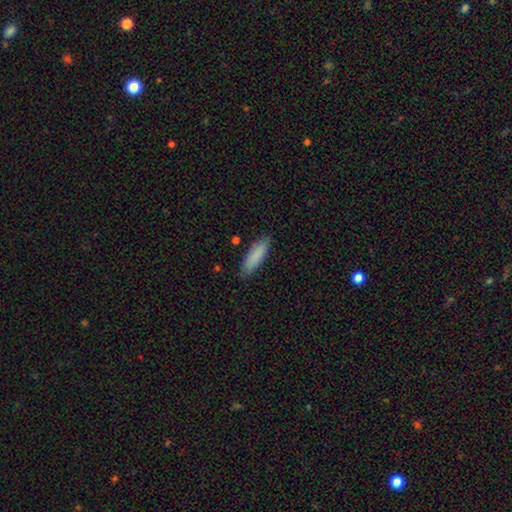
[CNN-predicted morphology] The model was most divided on "how rounded": cigar-shaped: 58%, in between: 41%, round: 1%. More confident: smooth or featured — smooth (86%); merging — none (85%).